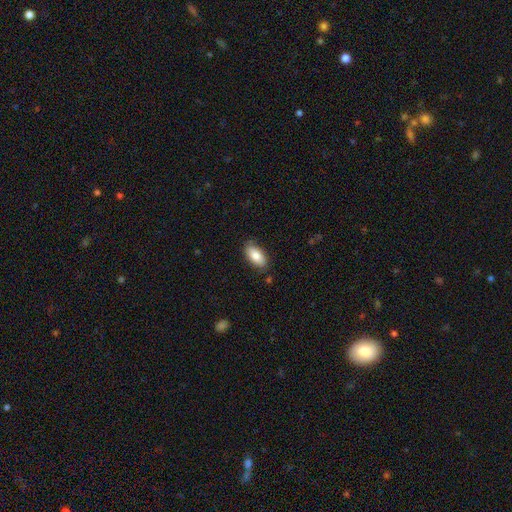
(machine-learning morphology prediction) smooth_or_featured: smooth (p=0.82) [alt: featured or disk p=0.11]
how_rounded: in between (p=0.91) [alt: cigar-shaped p=0.07]
merging: none (p=0.84) [alt: minor disturbance p=0.12]